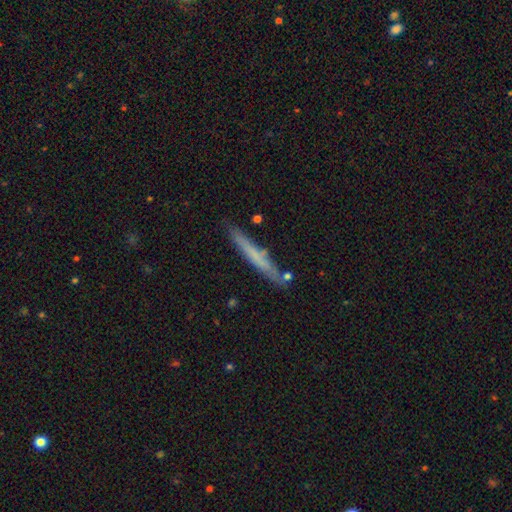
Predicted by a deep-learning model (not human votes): This is possibly a smooth galaxy (59%). How rounded: clearly cigar-shaped (96%). Merging: clearly none (82%).